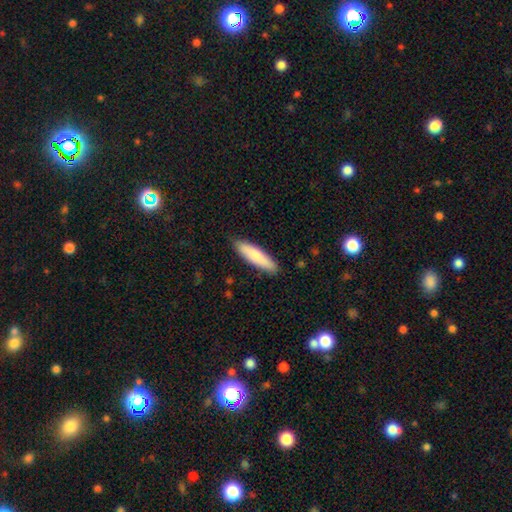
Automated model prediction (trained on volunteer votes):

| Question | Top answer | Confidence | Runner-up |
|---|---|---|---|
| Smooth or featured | smooth | 83% | featured or disk (12%) |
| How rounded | cigar-shaped | 72% | in between (27%) |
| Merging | none | 87% | minor disturbance (10%) |